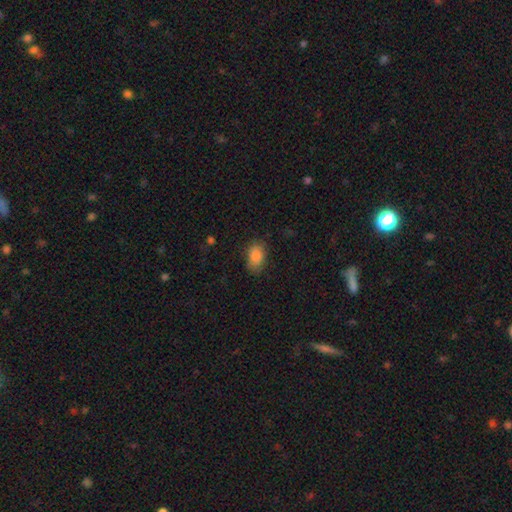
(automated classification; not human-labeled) This is clearly a smooth galaxy (87%). How rounded: clearly in between (89%). Merging: likely none (77%).